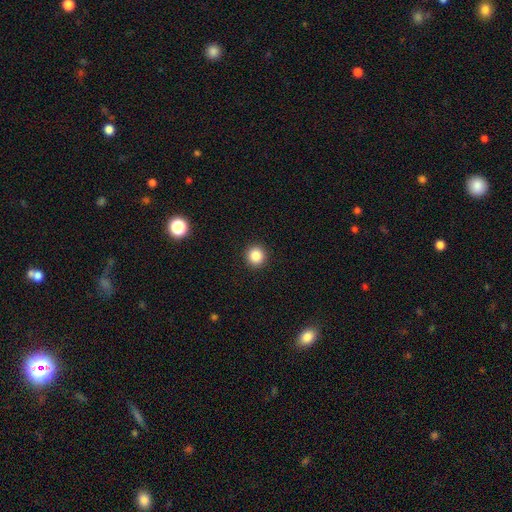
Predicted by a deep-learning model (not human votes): smooth 86%, star or artifact 10%, featured or disk 4%. Down the decision tree: how rounded — round (94%); merging — none (93%).